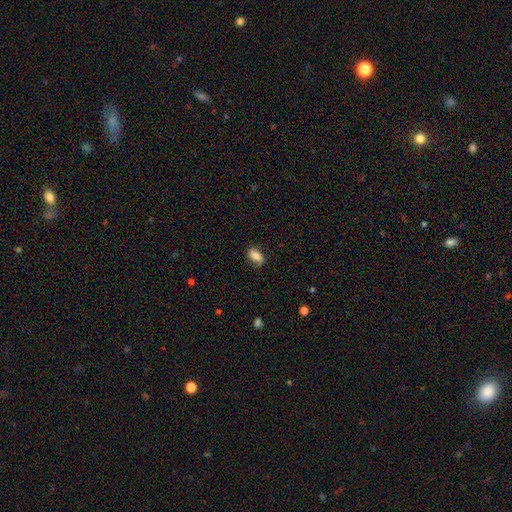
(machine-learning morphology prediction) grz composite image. It shows a smooth galaxy with no disk features (73%) that is in between round and cigar-shaped (88%). Merging: none (78%).